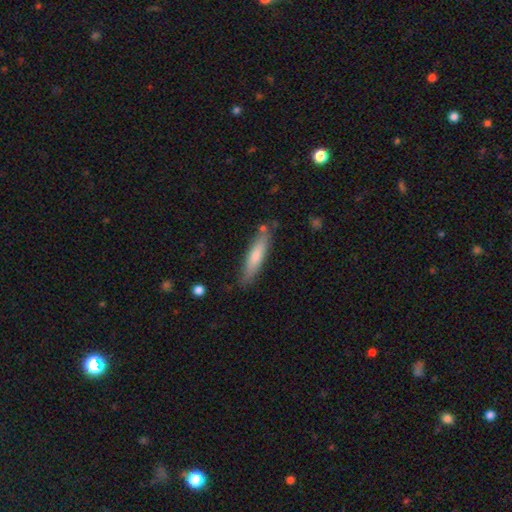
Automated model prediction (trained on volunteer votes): Q: Smooth or featured?
A: smooth (69%); runner-up: featured or disk (26%)
Q: How rounded?
A: cigar-shaped (83%); runner-up: in between (15%)
Q: Merging?
A: none (81%); runner-up: minor disturbance (13%)